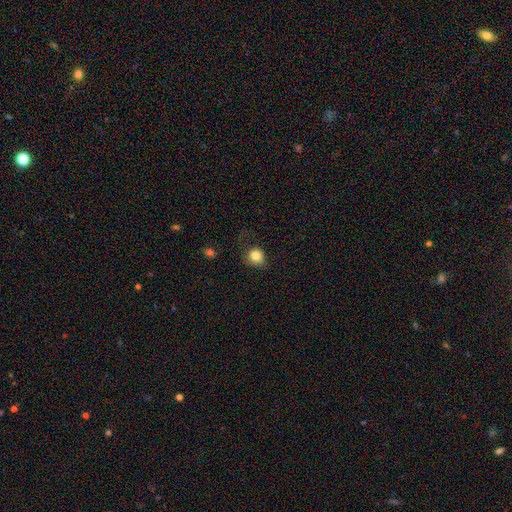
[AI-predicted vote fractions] Smooth or featured: smooth — 82% (star or artifact — 11%)
How rounded: round — 76% (in between — 23%)
Merging: none — 60% (minor disturbance — 25%)